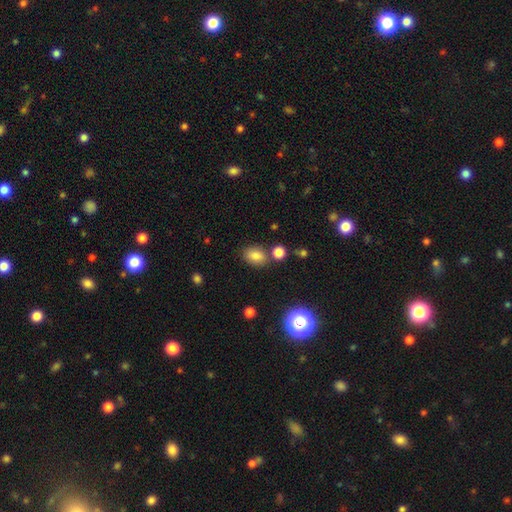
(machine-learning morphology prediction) This appears to be a smooth galaxy with no disk features (80%) that is in between round and cigar-shaped (74%). Merging: none (75%).